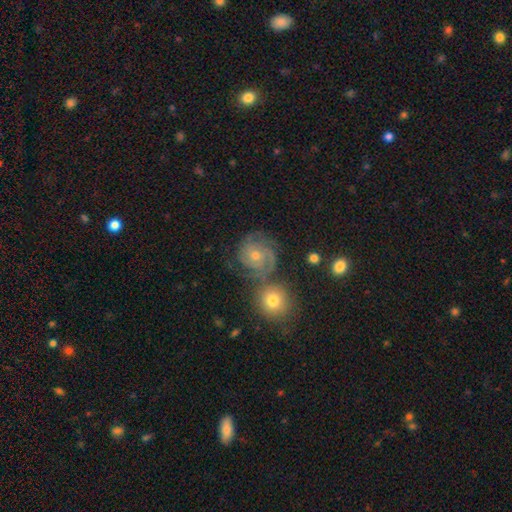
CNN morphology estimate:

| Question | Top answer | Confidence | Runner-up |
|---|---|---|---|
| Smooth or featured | featured or disk | 77% | smooth (13%) |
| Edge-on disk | no | 98% | yes (2%) |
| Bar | no | 70% | weak (26%) |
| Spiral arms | yes | 96% | no (4%) |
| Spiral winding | tight | 65% | medium (29%) |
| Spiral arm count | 3 | 35% | 2 (26%) |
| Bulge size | small | 49% | moderate (46%) |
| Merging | none | 68% | minor disturbance (15%) |